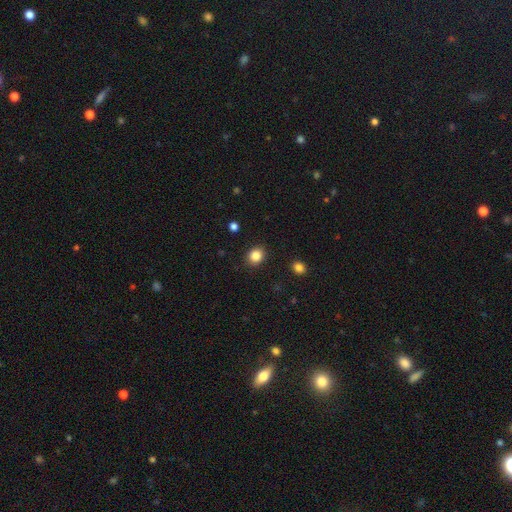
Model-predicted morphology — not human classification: Smooth or featured: smooth — 85% (star or artifact — 11%)
How rounded: round — 72% (in between — 27%)
Merging: none — 90% (minor disturbance — 7%)